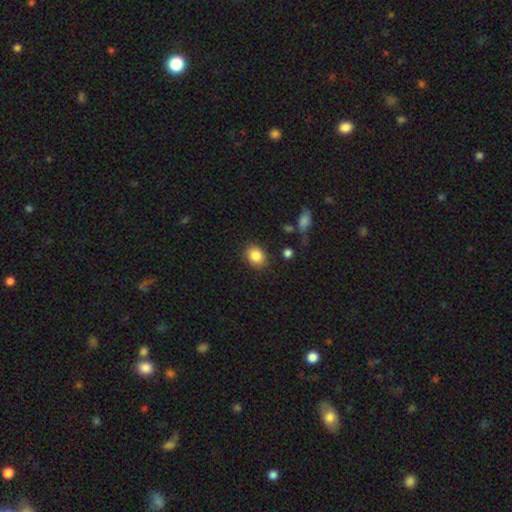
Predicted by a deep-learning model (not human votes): Morphology: type=smooth (85%); roundness=in between (51%); merging=none (82%).